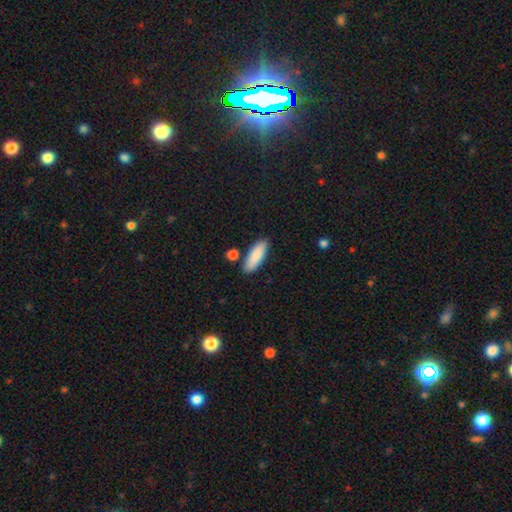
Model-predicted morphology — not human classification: This is clearly a smooth galaxy (87%). How rounded: possibly in between (59%). Merging: clearly none (82%).